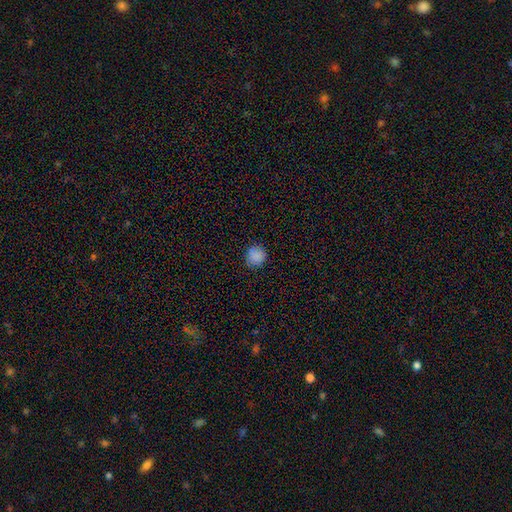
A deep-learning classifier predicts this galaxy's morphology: Overall: smooth (87%). How rounded: round (92%). Merging: none (88%).